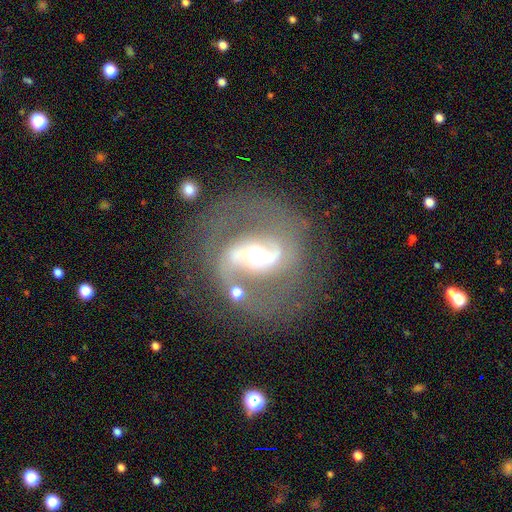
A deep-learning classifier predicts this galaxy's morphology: The model was most divided on "bar": strong: 44%, weak: 34%, no: 23%. More confident: edge-on disk — no (97%); spiral arm count — 2 (90%); spiral arms — yes (89%); smooth or featured — featured or disk (84%); merging — none (67%); bulge size — moderate (57%); spiral winding — medium (54%).